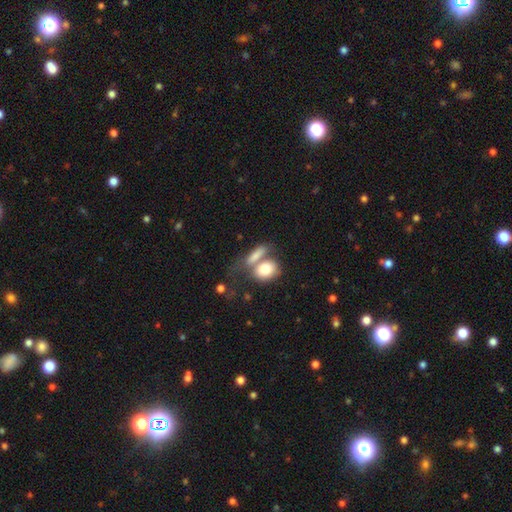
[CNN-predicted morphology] This appears to be a smooth galaxy with no disk features (79%) that is in between round and cigar-shaped (64%). Merging: merger (48%).